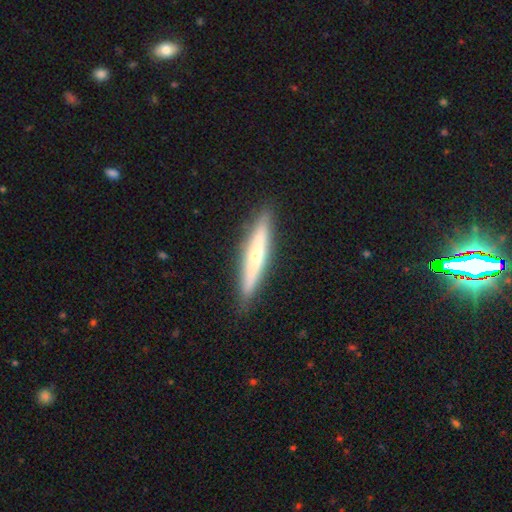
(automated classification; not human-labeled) A featured or disk galaxy (53%) viewed edge-on (92%). Merging: none (90%).